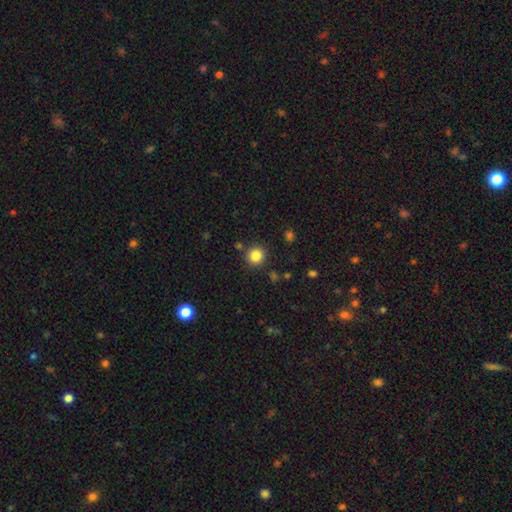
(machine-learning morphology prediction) smooth-or-featured: smooth: 84% | star or artifact: 11% | featured or disk: 5%
  how-rounded: round: 91% | in between: 8% | cigar-shaped: 1%
  merging: none: 87% | minor disturbance: 7% | merger: 4% | major disturbance: 3%